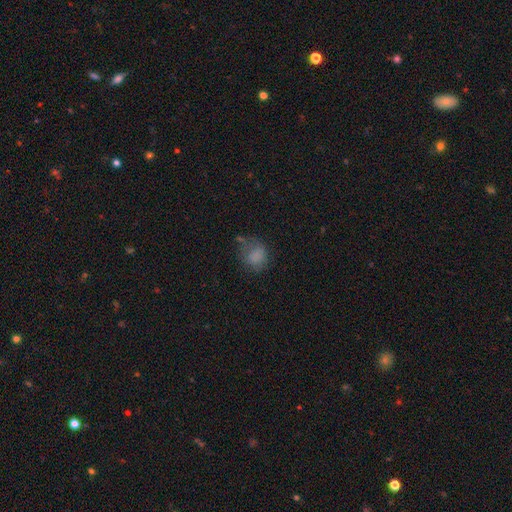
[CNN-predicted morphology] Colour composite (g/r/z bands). It shows a smooth galaxy with no disk features (75%) that is round (66%). Merging: none (46%).